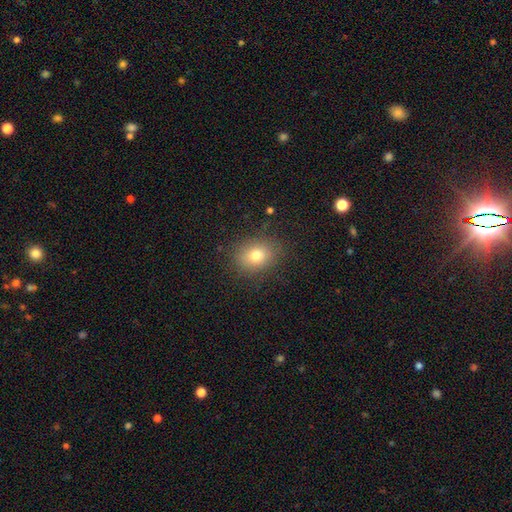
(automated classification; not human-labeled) Morphology: type=smooth (76%); roundness=round (51%); merging=none (85%).